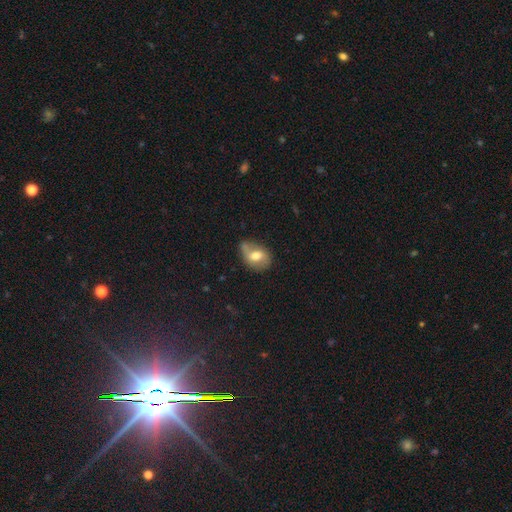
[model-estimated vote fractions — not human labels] smooth_or_featured: smooth (p=0.53) [alt: featured or disk p=0.39]
how_rounded: in between (p=0.72) [alt: round p=0.26]
merging: none (p=0.53) [alt: minor disturbance p=0.31]